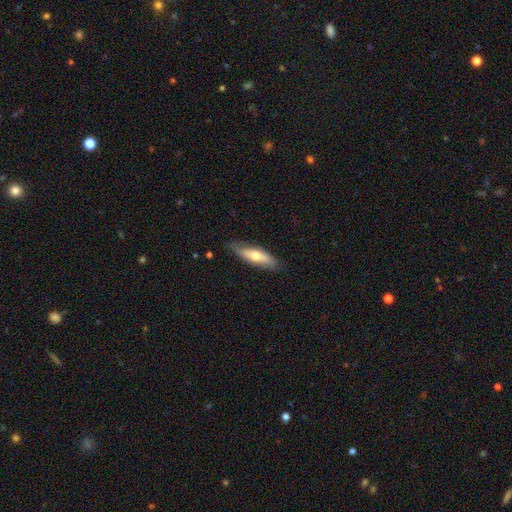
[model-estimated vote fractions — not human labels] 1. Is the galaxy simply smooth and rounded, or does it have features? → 54% smooth, 40% featured or disk, 5% star or artifact.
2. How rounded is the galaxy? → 56% cigar-shaped, 42% in between, 2% round.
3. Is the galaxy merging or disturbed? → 79% none, 17% minor disturbance, 3% major disturbance, 1% merger.